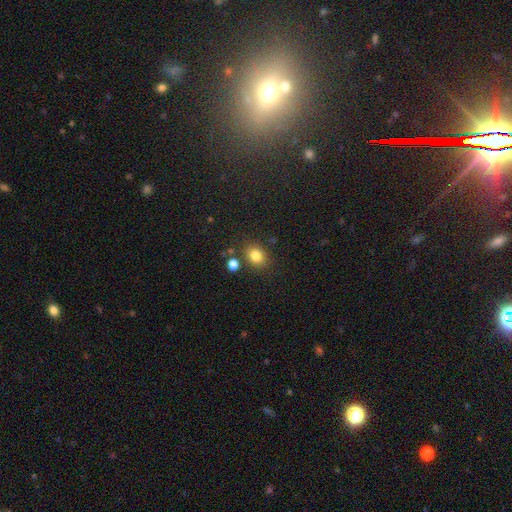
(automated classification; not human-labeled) Q: Smooth or featured?
A: smooth (81%); runner-up: star or artifact (12%)
Q: How rounded?
A: in between (50%); runner-up: round (49%)
Q: Merging?
A: none (78%); runner-up: minor disturbance (11%)